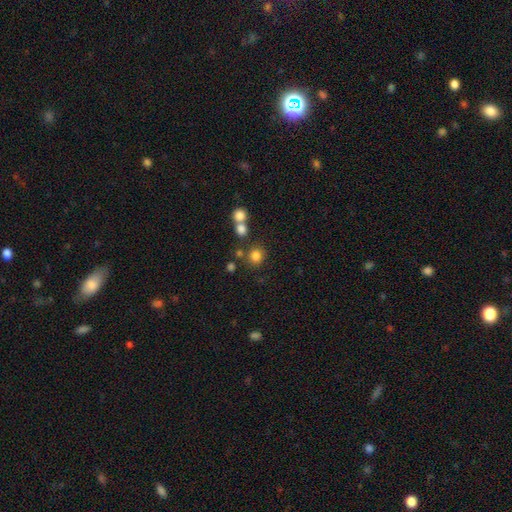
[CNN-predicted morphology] smooth_or_featured: smooth (p=0.79) [alt: star or artifact p=0.15]
how_rounded: round (p=0.86) [alt: in between p=0.13]
merging: none (p=0.73) [alt: merger p=0.15]